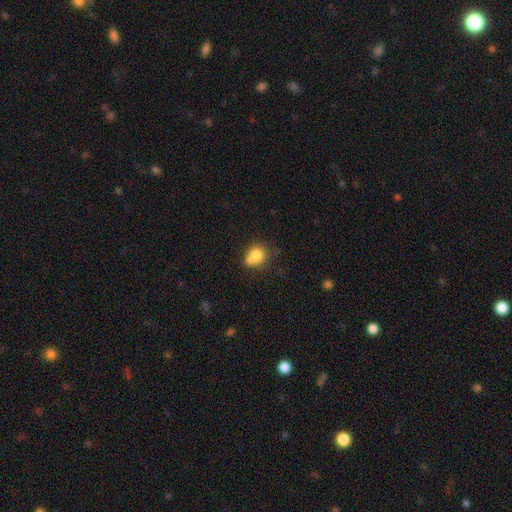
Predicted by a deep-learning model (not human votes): Smooth or featured? Predicted: smooth (p=0.79). How rounded? Predicted: round (p=0.60). Merging? Predicted: none (p=0.44).